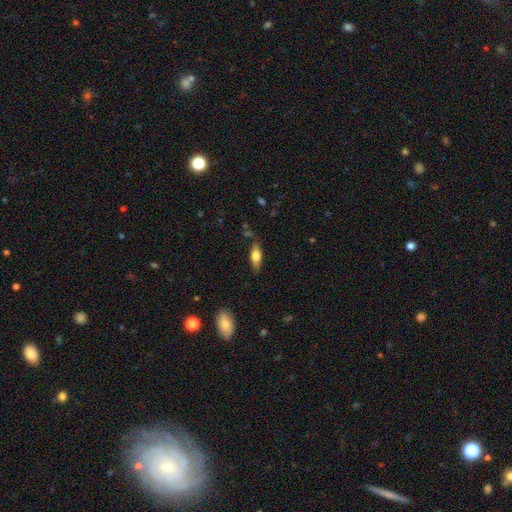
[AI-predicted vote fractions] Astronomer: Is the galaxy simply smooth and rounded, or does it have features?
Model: smooth — 67%.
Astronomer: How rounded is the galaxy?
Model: in between — 68%.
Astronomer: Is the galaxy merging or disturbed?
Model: none — 79%.